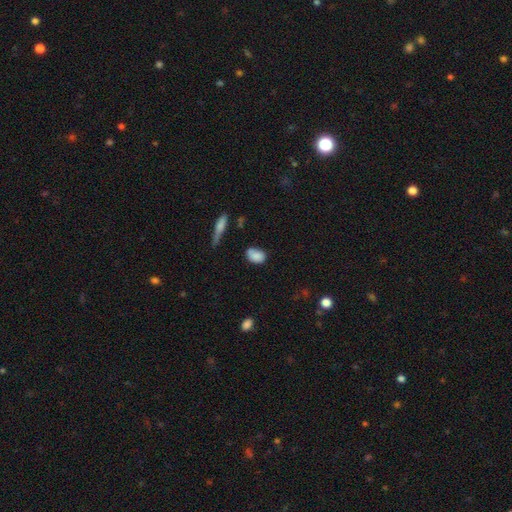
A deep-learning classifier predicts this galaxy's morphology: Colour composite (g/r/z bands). It shows a smooth galaxy with no disk features (82%) that is in between round and cigar-shaped (80%). Merging: none (61%).